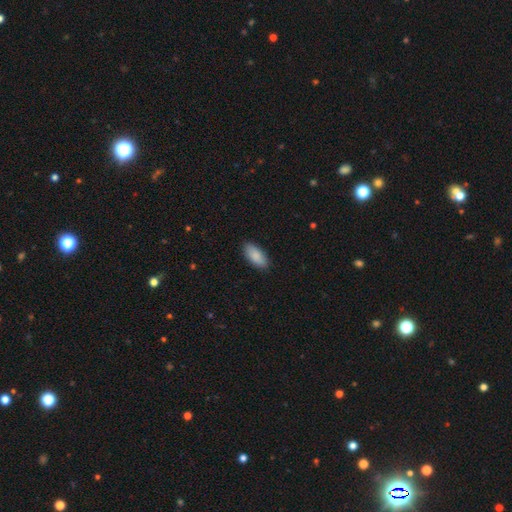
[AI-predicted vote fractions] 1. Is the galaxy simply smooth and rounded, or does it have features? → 88% smooth, 6% featured or disk, 6% star or artifact.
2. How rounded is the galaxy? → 88% in between, 10% cigar-shaped, 2% round.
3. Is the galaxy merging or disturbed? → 88% none, 9% minor disturbance, 2% major disturbance, 1% merger.